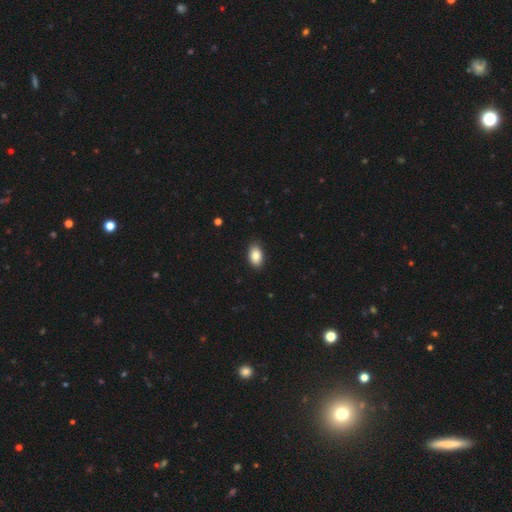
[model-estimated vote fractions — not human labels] This appears to be a smooth galaxy with no disk features (85%) that is in between round and cigar-shaped (92%). Merging: none (87%).